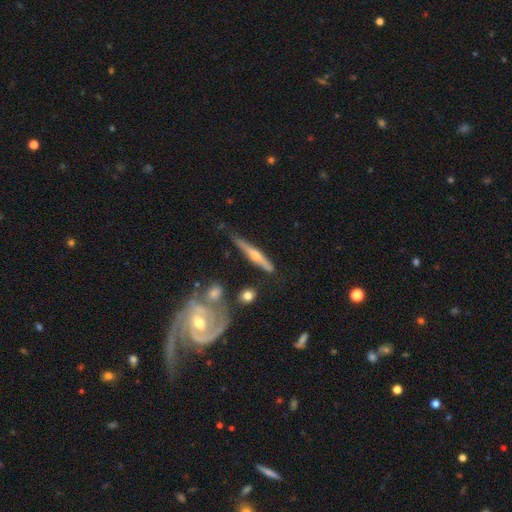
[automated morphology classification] A featured or disk galaxy (70%) viewed edge-on (92%) with a rounded central bulge (84%).

Vote fractions:
- Smooth or featured? featured or disk: 70% / smooth: 24% / star or artifact: 5%
- Edge-on disk? yes: 92% / no: 8%
- Edge-on bulge? rounded: 84% / none: 10% / boxy: 5%
- Merging? none: 69% / minor disturbance: 19% / merger: 7% / major disturbance: 5%